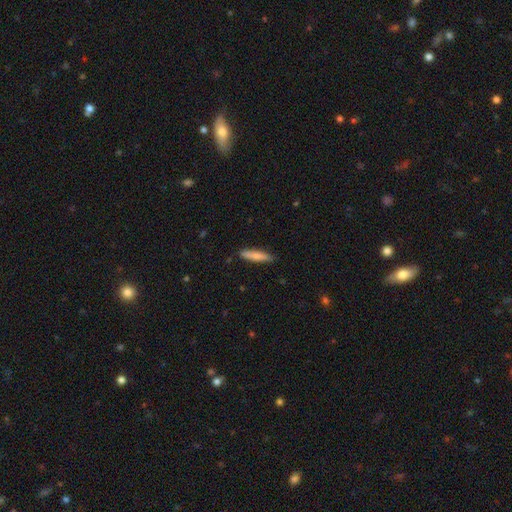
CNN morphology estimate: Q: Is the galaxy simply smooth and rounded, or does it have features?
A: smooth — 75%.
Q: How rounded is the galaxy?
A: cigar-shaped — 85%.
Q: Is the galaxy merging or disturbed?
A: none — 87%.